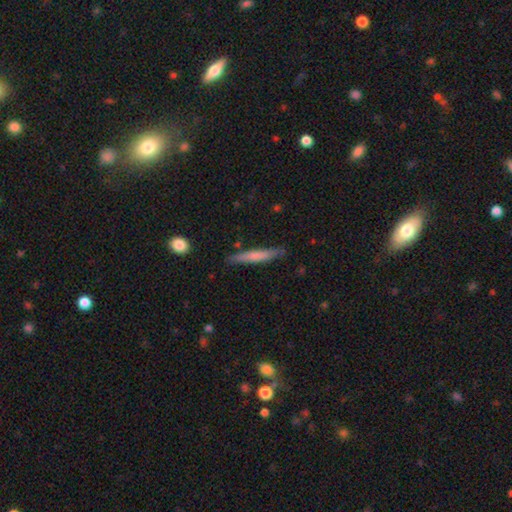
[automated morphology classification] This appears to be a smooth galaxy with no disk features (63%) that is cigar-shaped (94%). Merging: none (85%).